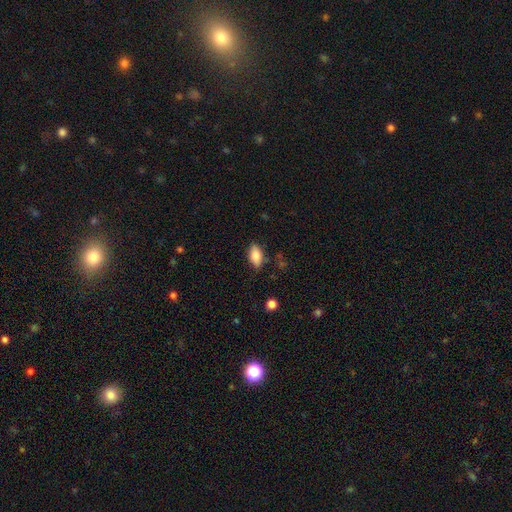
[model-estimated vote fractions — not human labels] Overall: smooth (83%). How rounded: in between (90%). Merging: none (79%).